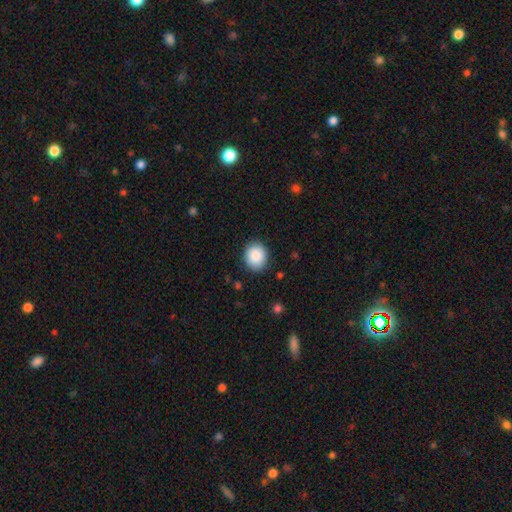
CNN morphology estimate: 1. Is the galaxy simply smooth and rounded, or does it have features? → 87% smooth, 8% star or artifact, 5% featured or disk.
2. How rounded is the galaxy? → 76% round, 23% in between, 1% cigar-shaped.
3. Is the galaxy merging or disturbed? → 88% none, 9% minor disturbance, 2% major disturbance, 1% merger.